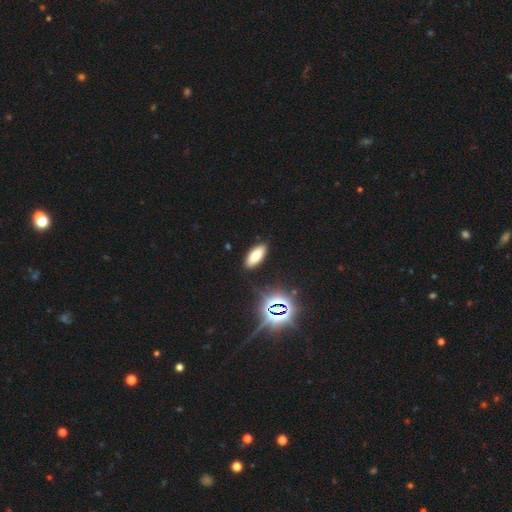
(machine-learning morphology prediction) This appears to be a smooth galaxy with no disk features (72%) that is in between round and cigar-shaped (80%). Merging: none (89%).